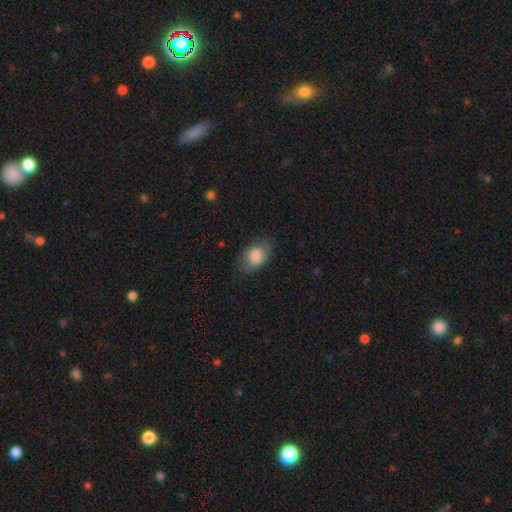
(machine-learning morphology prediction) A smooth galaxy with no disk features (82%) that is in between round and cigar-shaped (78%). Merging: none (72%).